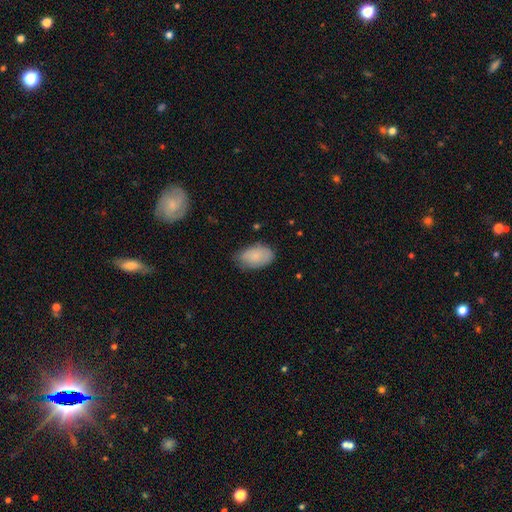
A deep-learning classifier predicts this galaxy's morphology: Overall: smooth (81%). How rounded: in between (93%). Merging: none (66%; minor disturbance 28%).